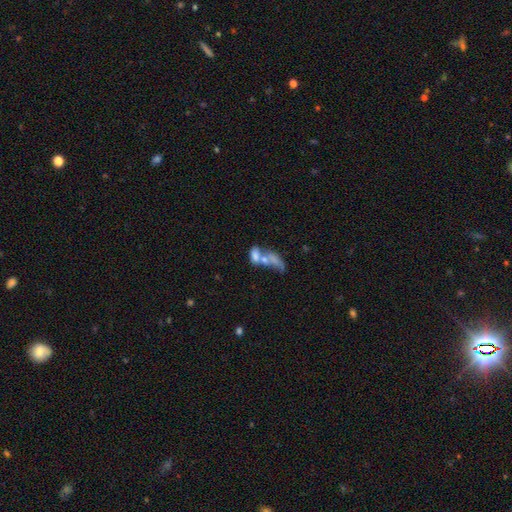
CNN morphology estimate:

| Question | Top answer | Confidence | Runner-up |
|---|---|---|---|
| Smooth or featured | smooth | 61% | featured or disk (28%) |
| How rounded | in between | 81% | round (10%) |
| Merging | merger | 66% | none (15%) |